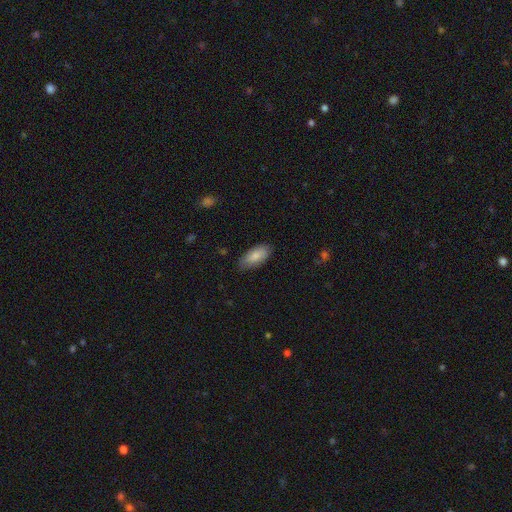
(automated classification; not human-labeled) A smooth galaxy with no disk features (85%) that is in between round and cigar-shaped (89%).

Vote fractions:
- Smooth or featured? smooth: 85% / featured or disk: 10% / star or artifact: 6%
- How rounded? in between: 89% / cigar-shaped: 9% / round: 2%
- Merging? none: 82% / minor disturbance: 14% / major disturbance: 3% / merger: 1%